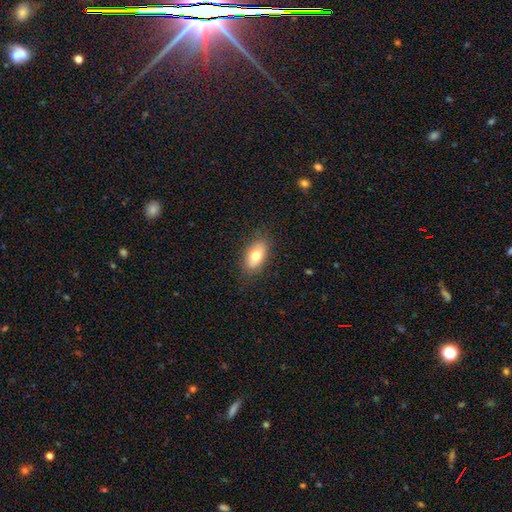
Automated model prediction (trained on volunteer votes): This appears to be a smooth galaxy with no disk features (74%) that is in between round and cigar-shaped (90%). Merging: none (82%).